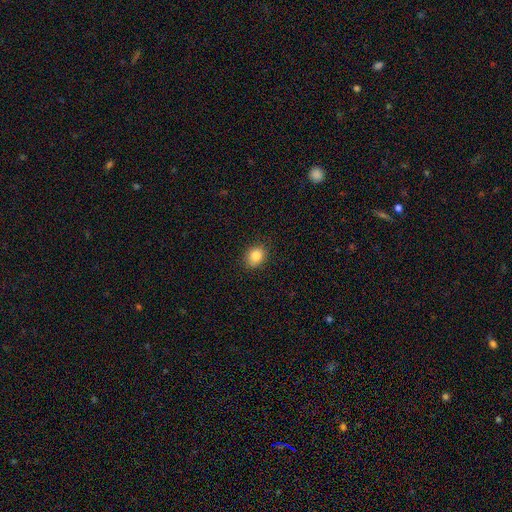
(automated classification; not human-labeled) The model was most divided on "how rounded": in between: 51%, round: 48%, cigar-shaped: 1%. More confident: merging — none (87%); smooth or featured — smooth (85%).